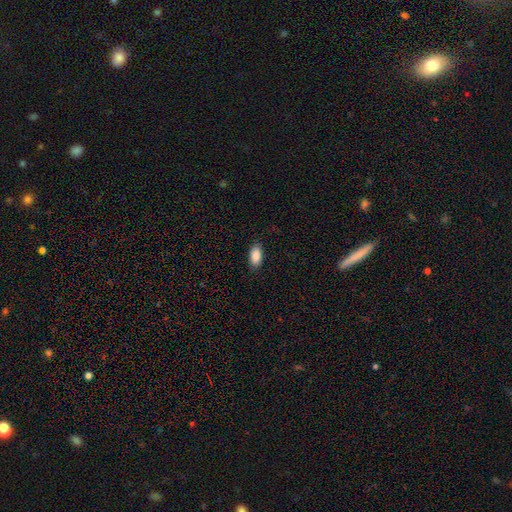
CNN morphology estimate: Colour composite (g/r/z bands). It shows a smooth galaxy with no disk features (89%) that is in between round and cigar-shaped (92%). Merging: none (88%).